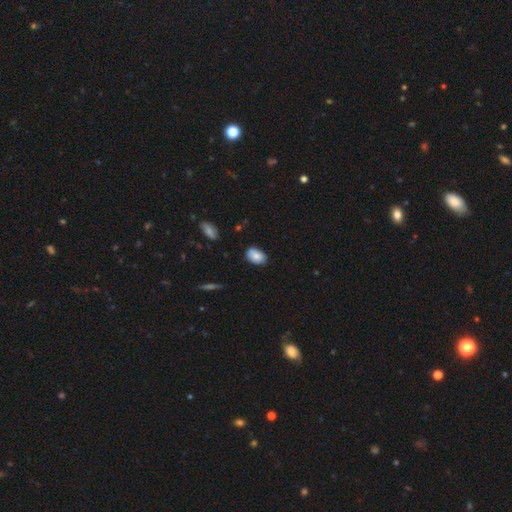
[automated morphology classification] type=smooth (85%); roundness=in between (89%); merging=none (79%).